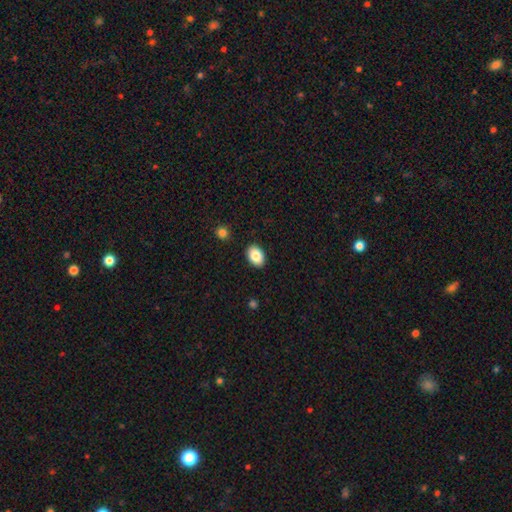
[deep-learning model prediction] A smooth galaxy with no disk features (86%) that is in between round and cigar-shaped (86%).

Vote fractions:
- Smooth or featured? smooth: 86% / star or artifact: 7% / featured or disk: 6%
- How rounded? in between: 86% / round: 13% / cigar-shaped: 1%
- Merging? none: 89% / minor disturbance: 7% / major disturbance: 2% / merger: 1%